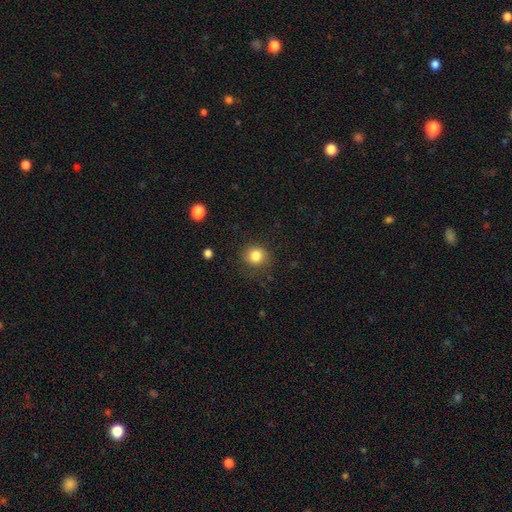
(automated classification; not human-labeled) A smooth galaxy with no disk features (83%) that is round (85%).

Vote fractions:
- Smooth or featured? smooth: 83% / star or artifact: 11% / featured or disk: 6%
- How rounded? round: 85% / in between: 14% / cigar-shaped: 1%
- Merging? none: 82% / minor disturbance: 12% / major disturbance: 4% / merger: 1%